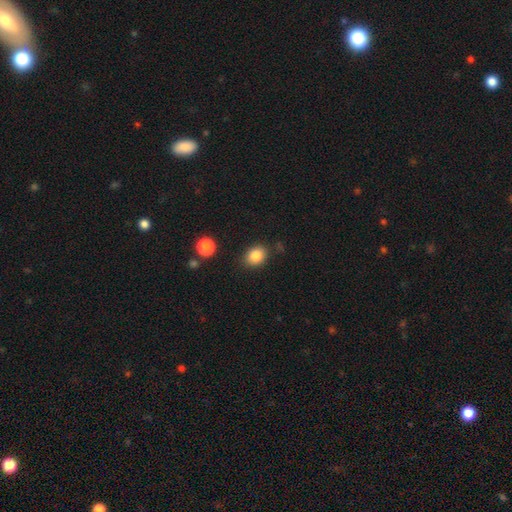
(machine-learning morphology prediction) Smooth or featured? Predicted: smooth (p=0.84). How rounded? Predicted: in between (p=0.54). Merging? Predicted: none (p=0.83).